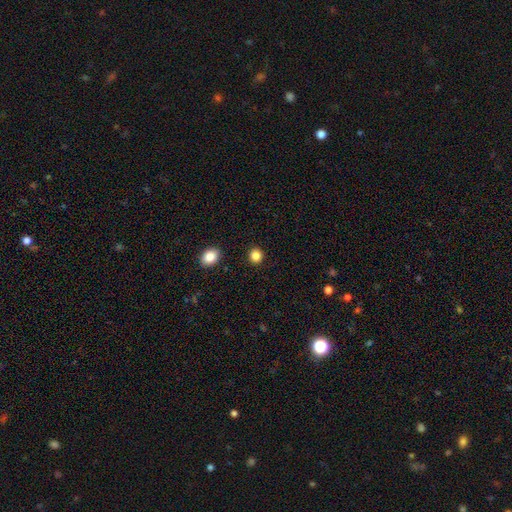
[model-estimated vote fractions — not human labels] smooth-or-featured: smooth: 86% | star or artifact: 11% | featured or disk: 3%
  how-rounded: round: 86% | in between: 13% | cigar-shaped: 1%
  merging: none: 90% | minor disturbance: 5% | merger: 2% | major disturbance: 2%